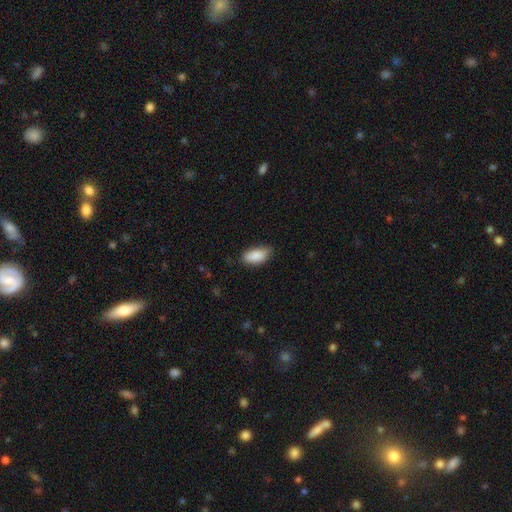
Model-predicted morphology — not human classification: Smooth or featured?
  - smooth: 88% *
  - star or artifact: 7%
  - featured or disk: 6%
How rounded?
  - in between: 90% *
  - cigar-shaped: 8%
  - round: 3%
Merging?
  - none: 71% *
  - minor disturbance: 25%
  - major disturbance: 4%
  - merger: 1%